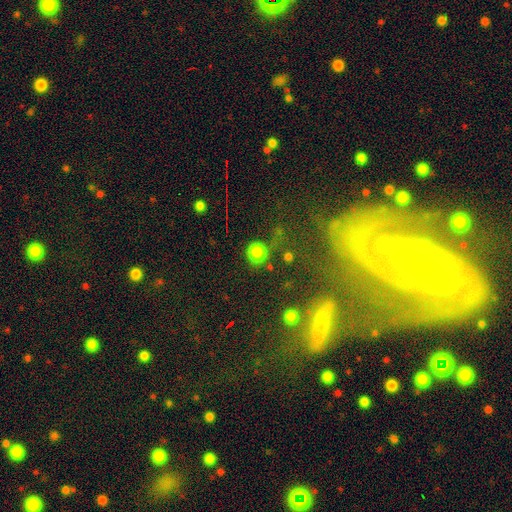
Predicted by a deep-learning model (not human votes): smooth 41%, featured or disk 32%, star or artifact 27%. Down the decision tree: merging — none (69%).